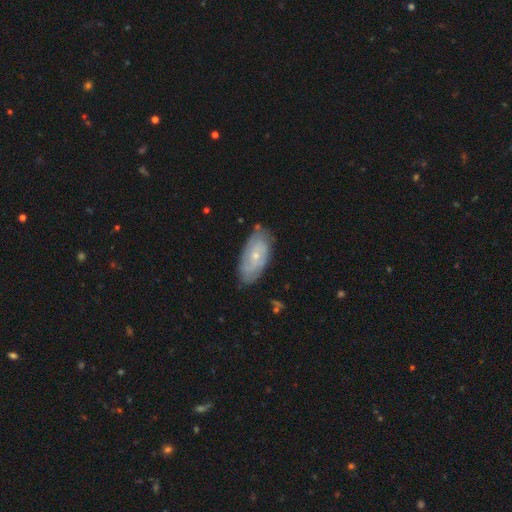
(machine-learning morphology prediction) Smooth or featured?
  - featured or disk: 64% *
  - smooth: 30%
  - star or artifact: 6%
Edge-on disk?
  - no: 92% *
  - yes: 8%
Bar?
  - no: 72% *
  - weak: 24%
  - strong: 4%
Spiral arms?
  - yes: 80% *
  - no: 20%
Bulge size?
  - small: 70% *
  - moderate: 26%
  - none: 2%
  - large: 1%
  - dominant: 1%
Merging?
  - none: 75% *
  - minor disturbance: 19%
  - major disturbance: 4%
  - merger: 2%